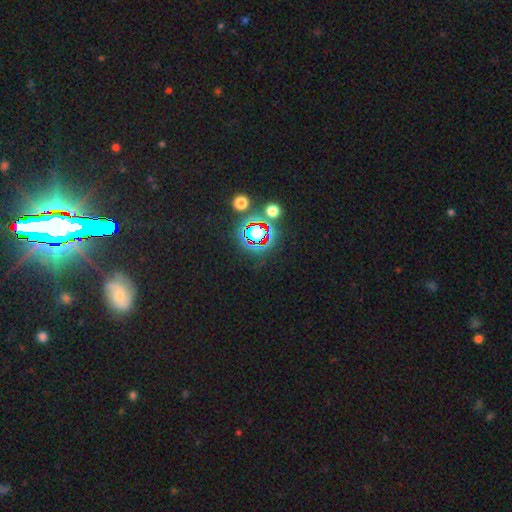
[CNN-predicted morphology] Smooth or featured: star or artifact — 79% (smooth — 12%)